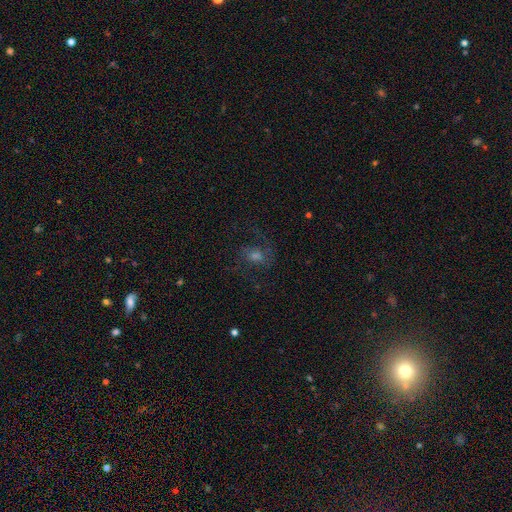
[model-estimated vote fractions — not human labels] Smooth or featured?
  - featured or disk: 67% *
  - smooth: 18%
  - star or artifact: 16%
Edge-on disk?
  - no: 97% *
  - yes: 3%
Bar?
  - no: 56% *
  - weak: 36%
  - strong: 8%
Spiral arms?
  - yes: 90% *
  - no: 10%
Spiral winding?
  - medium: 48% *
  - loose: 40%
  - tight: 13%
Spiral arm count?
  - 2: 79% *
  - 1: 8%
  - can't tell: 7%
  - 3: 2%
  - 4: 2%
  - more than 4: 2%
Bulge size?
  - moderate: 54% *
  - small: 27%
  - large: 12%
  - none: 5%
  - dominant: 2%
Merging?
  - none: 66% *
  - major disturbance: 18%
  - minor disturbance: 14%
  - merger: 2%